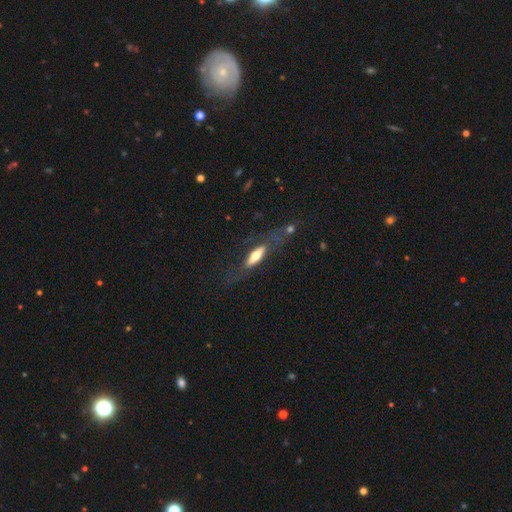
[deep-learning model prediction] Smooth or featured? smooth (54%)
How rounded? cigar-shaped (55%)
Merging? none (56%)